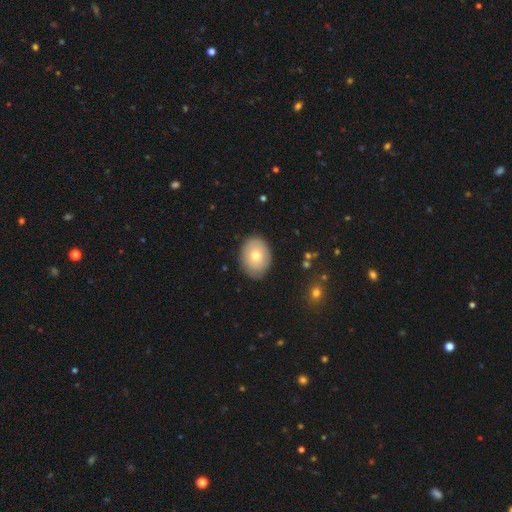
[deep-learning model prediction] A smooth galaxy with no disk features (69%) that is in between round and cigar-shaped (63%).

Vote fractions:
- Smooth or featured? smooth: 69% / featured or disk: 25% / star or artifact: 7%
- How rounded? in between: 63% / round: 36% / cigar-shaped: 1%
- Merging? none: 83% / minor disturbance: 13% / major disturbance: 3% / merger: 1%